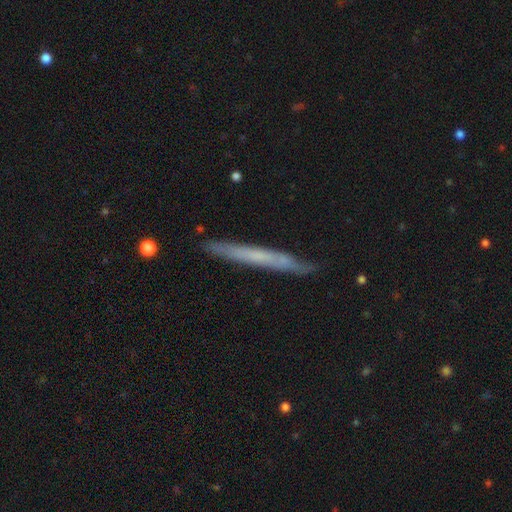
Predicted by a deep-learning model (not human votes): This appears to be a featured or disk galaxy (49%). Merging: none (83%).